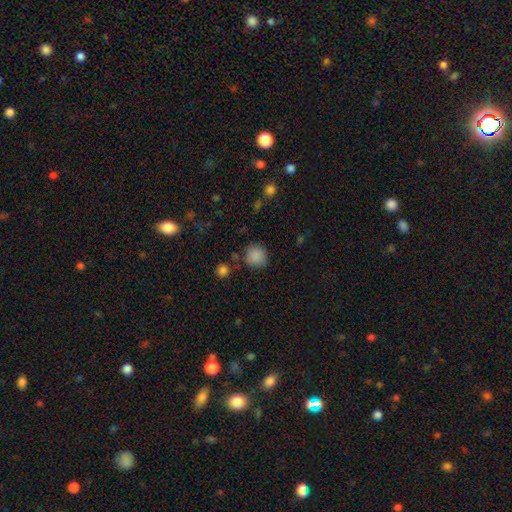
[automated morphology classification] Q: Smooth or featured?
A: smooth (85%); runner-up: star or artifact (10%)
Q: How rounded?
A: round (89%); runner-up: in between (10%)
Q: Merging?
A: none (77%); runner-up: minor disturbance (14%)